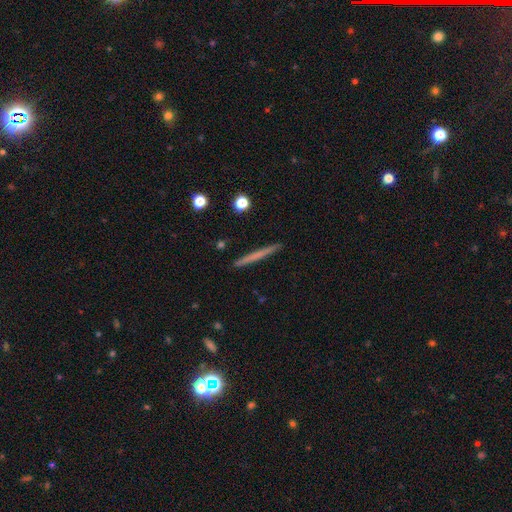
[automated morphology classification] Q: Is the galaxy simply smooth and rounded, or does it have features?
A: smooth — 56%.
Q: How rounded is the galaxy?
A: cigar-shaped — 97%.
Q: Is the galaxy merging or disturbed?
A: none — 92%.